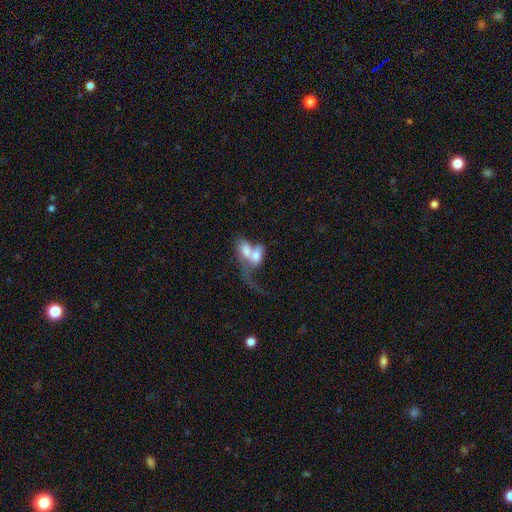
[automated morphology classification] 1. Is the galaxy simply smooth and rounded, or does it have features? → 54% smooth, 38% featured or disk, 8% star or artifact.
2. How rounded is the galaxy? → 76% in between, 19% round, 5% cigar-shaped.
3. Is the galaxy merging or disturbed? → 78% merger, 11% major disturbance, 7% none, 4% minor disturbance.